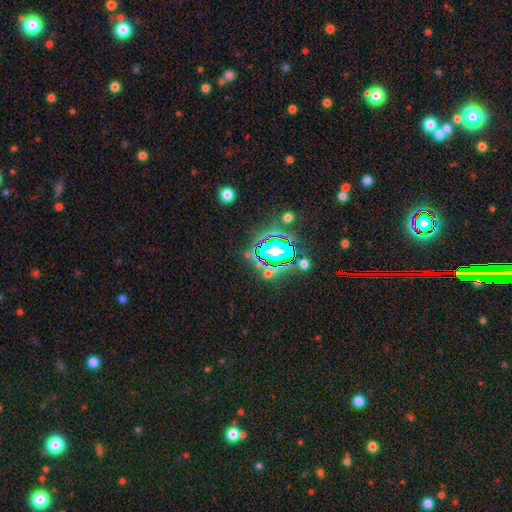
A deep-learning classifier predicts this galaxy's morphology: Smooth or featured?
  - star or artifact: 78% *
  - smooth: 13%
  - featured or disk: 9%